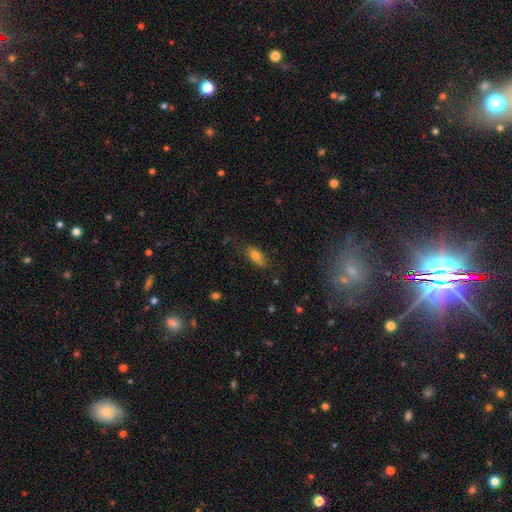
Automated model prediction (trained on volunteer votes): Q: Smooth or featured?
A: smooth (75%); runner-up: featured or disk (16%)
Q: How rounded?
A: in between (81%); runner-up: cigar-shaped (14%)
Q: Merging?
A: none (73%); runner-up: minor disturbance (20%)